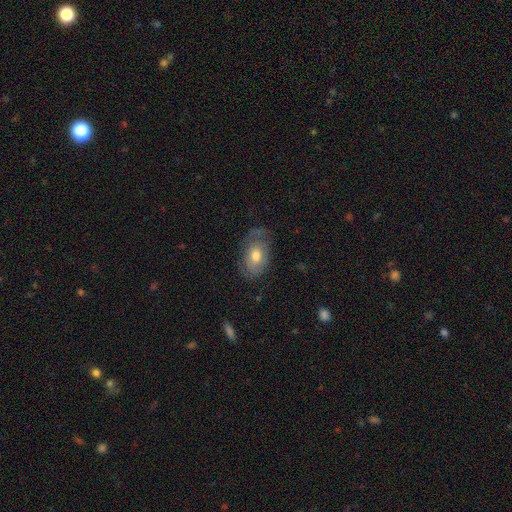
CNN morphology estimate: smooth-or-featured: smooth: 47% | featured or disk: 45% | star or artifact: 8%
  merging: none: 63% | minor disturbance: 25% | major disturbance: 11% | merger: 1%